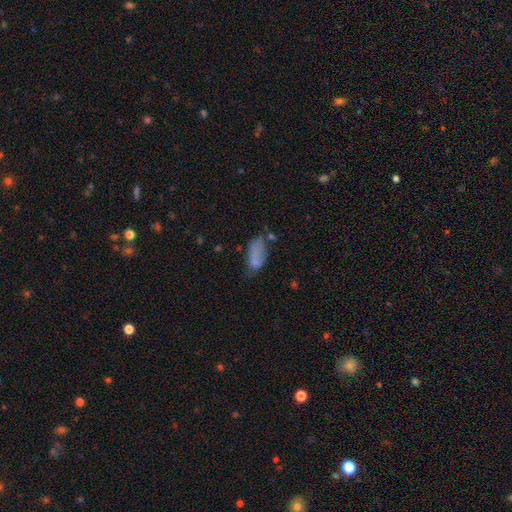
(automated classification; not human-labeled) Smooth or featured?
  - smooth: 69% *
  - featured or disk: 19%
  - star or artifact: 12%
How rounded?
  - in between: 87% *
  - cigar-shaped: 9%
  - round: 4%
Merging?
  - none: 37% *
  - minor disturbance: 29%
  - major disturbance: 23%
  - merger: 11%